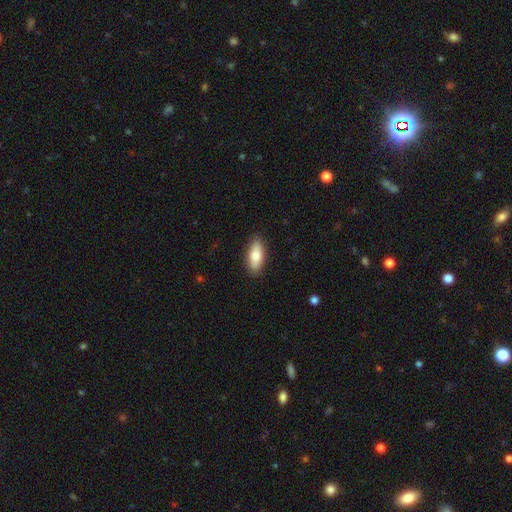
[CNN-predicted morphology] A smooth galaxy with no disk features (78%) that is in between round and cigar-shaped (80%). Merging: none (88%).